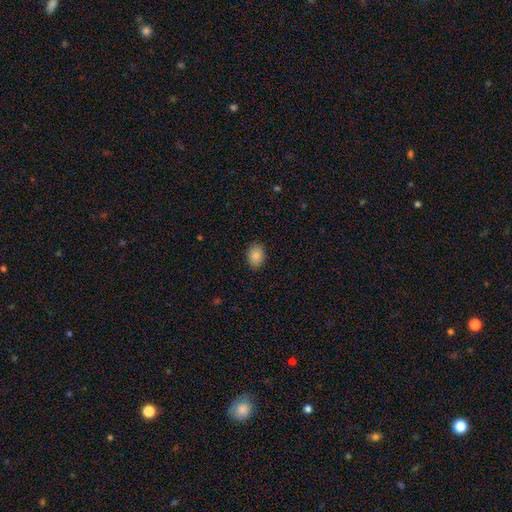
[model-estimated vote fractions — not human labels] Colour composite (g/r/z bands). It shows a smooth galaxy with no disk features (87%) that is in between round and cigar-shaped (64%). Merging: none (87%).